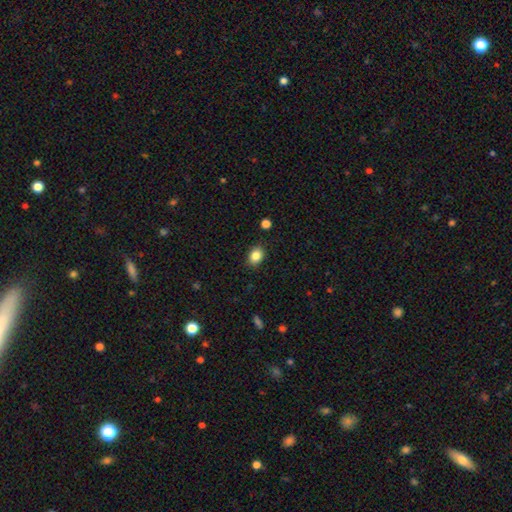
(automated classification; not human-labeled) This is clearly a smooth galaxy (85%). How rounded: likely in between (68%). Merging: clearly none (87%).